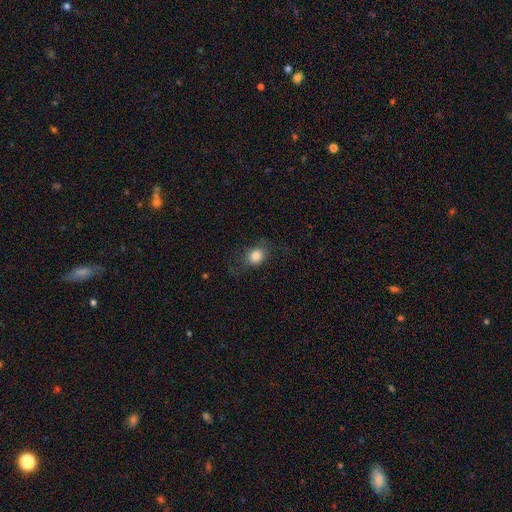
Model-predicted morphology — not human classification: Smooth or featured? smooth (82%)
How rounded? in between (50%)
Merging? none (68%)